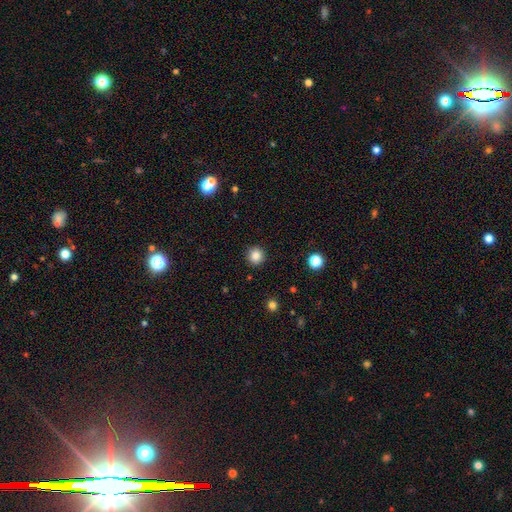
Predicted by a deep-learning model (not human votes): The model was most divided on "smooth or featured": smooth: 85%, star or artifact: 11%, featured or disk: 4%. More confident: how rounded — round (95%); merging — none (91%).